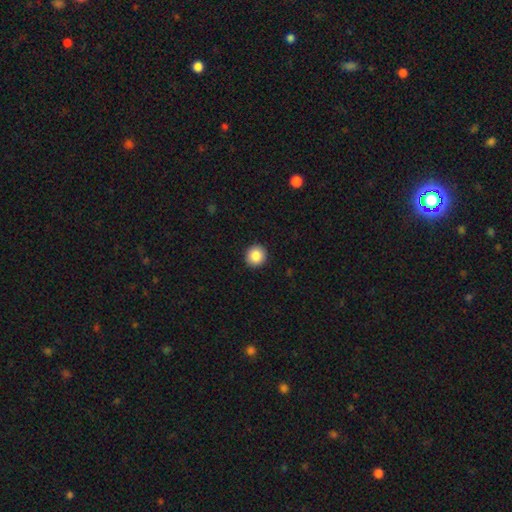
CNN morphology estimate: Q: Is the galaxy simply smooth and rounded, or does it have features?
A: smooth — 87%.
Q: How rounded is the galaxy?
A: round — 92%.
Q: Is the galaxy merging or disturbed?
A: none — 93%.